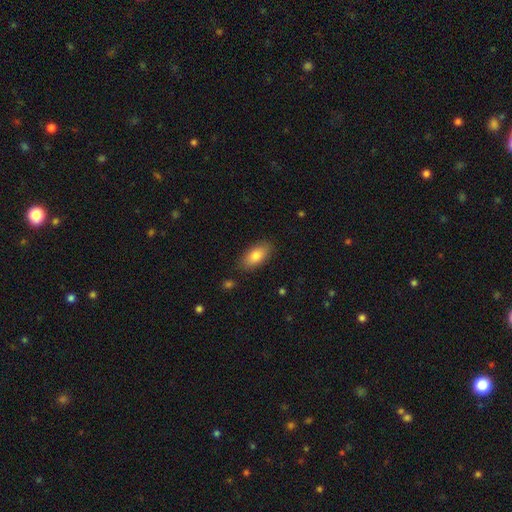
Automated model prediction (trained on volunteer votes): A smooth galaxy with no disk features (82%) that is in between round and cigar-shaped (90%). Merging: none (85%).